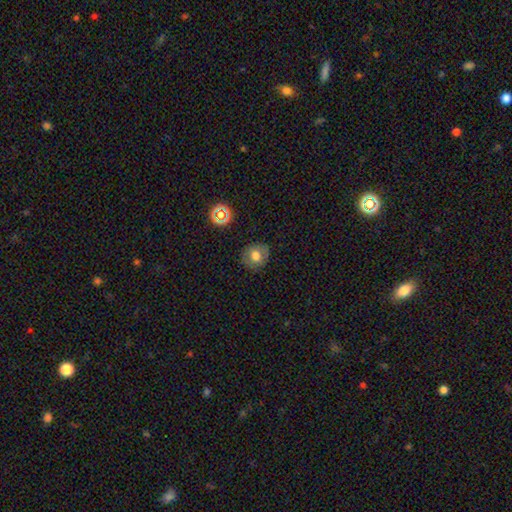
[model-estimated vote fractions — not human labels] Smooth or featured: smooth — 70% (featured or disk — 17%)
How rounded: round — 80% (in between — 19%)
Merging: none — 84% (minor disturbance — 11%)